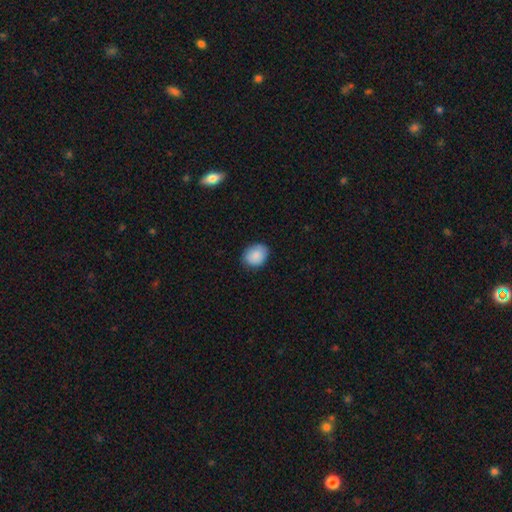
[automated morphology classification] Smooth or featured? smooth (88%)
How rounded? in between (55%)
Merging? none (85%)